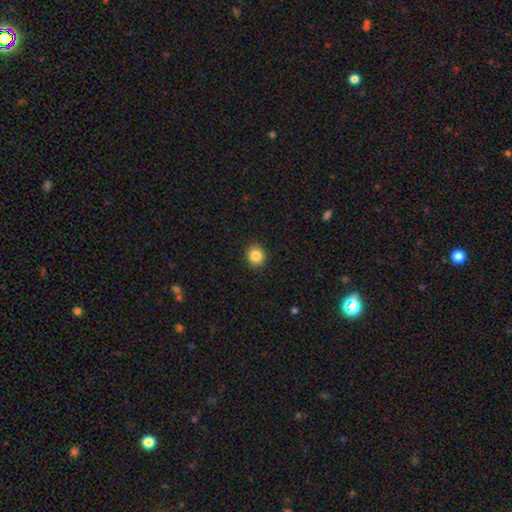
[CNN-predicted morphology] smooth_or_featured: smooth (p=0.85) [alt: star or artifact p=0.10]
how_rounded: round (p=0.85) [alt: in between p=0.15]
merging: none (p=0.92) [alt: minor disturbance p=0.05]